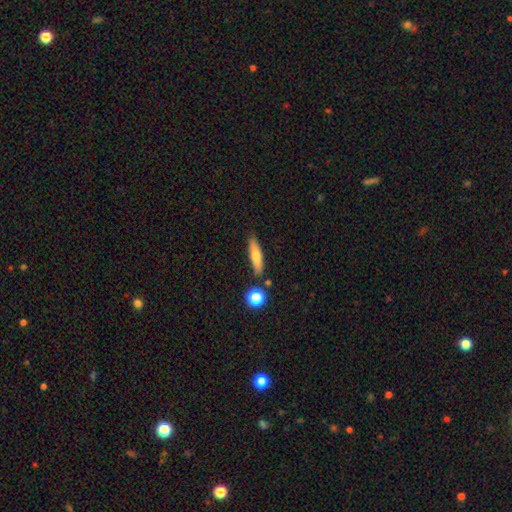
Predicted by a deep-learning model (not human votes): Q: Smooth or featured?
A: smooth (65%); runner-up: featured or disk (27%)
Q: How rounded?
A: cigar-shaped (73%); runner-up: in between (23%)
Q: Merging?
A: none (83%); runner-up: minor disturbance (10%)